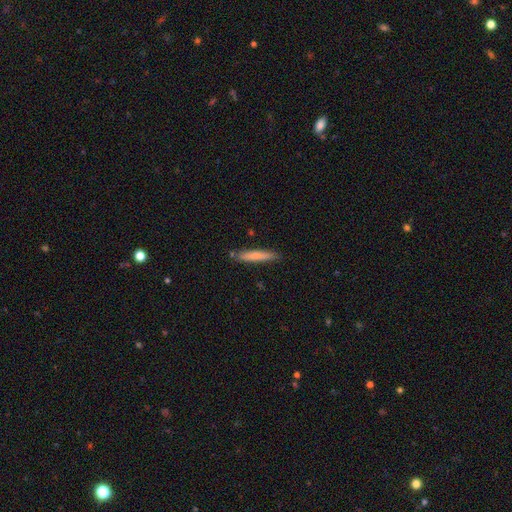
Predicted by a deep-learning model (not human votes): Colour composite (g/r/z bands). It shows a smooth galaxy with no disk features (75%) that is cigar-shaped (93%). Merging: none (84%).